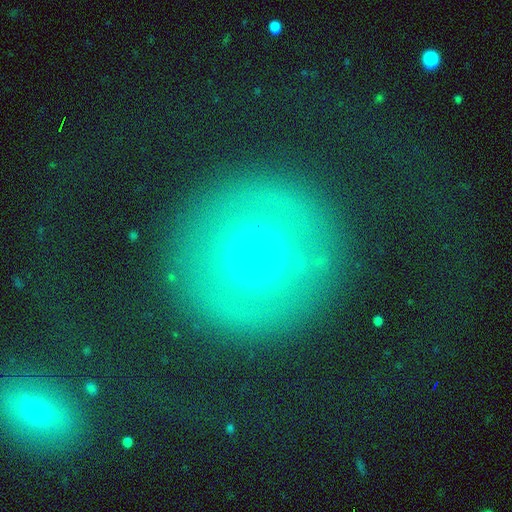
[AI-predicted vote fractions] smooth 48%, featured or disk 32%, star or artifact 20%. Down the decision tree: merging — none (83%).